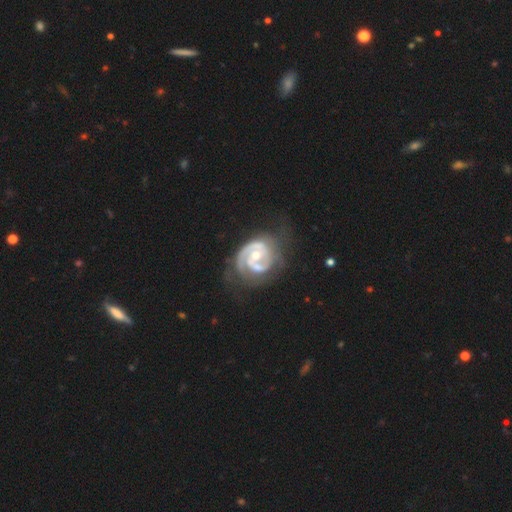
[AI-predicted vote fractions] featured or disk 89%, smooth 7%, star or artifact 4%. Down the decision tree: edge-on disk — no (98%); bar — no (55%); spiral arms — yes (95%); spiral arm count — 2 (55%); spiral winding — tight (59%); bulge size — moderate (62%); merging — none (48%).